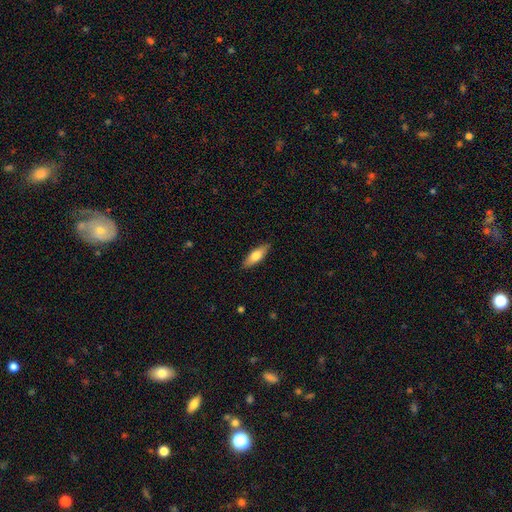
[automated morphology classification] A smooth galaxy with no disk features (69%) that is in between round and cigar-shaped (55%). Merging: none (88%).